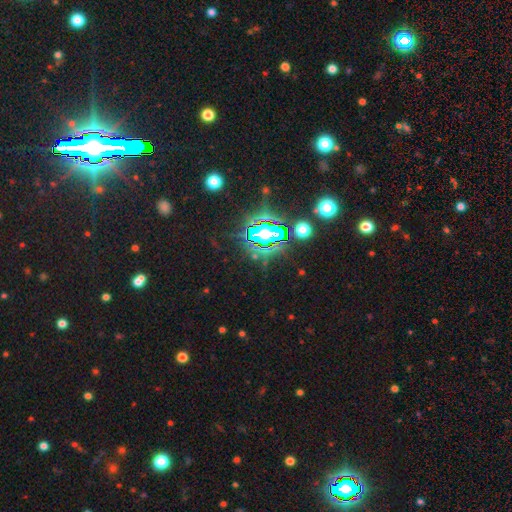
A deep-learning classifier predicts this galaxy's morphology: This is likely a star or artifact rather than a galaxy (77%).